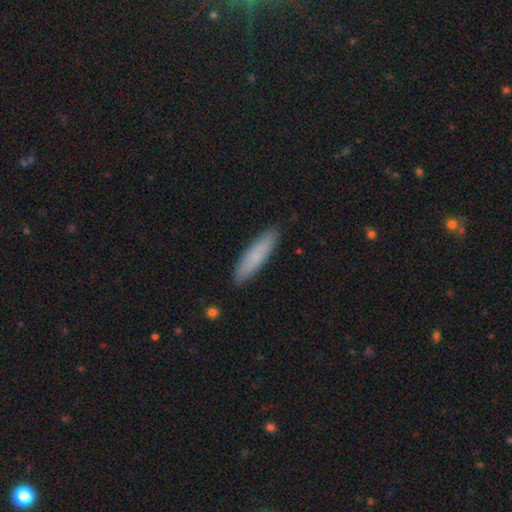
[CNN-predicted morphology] Smooth or featured?
  - smooth: 80% *
  - featured or disk: 14%
  - star or artifact: 6%
How rounded?
  - cigar-shaped: 80% *
  - in between: 19%
  - round: 1%
Merging?
  - none: 89% *
  - minor disturbance: 8%
  - major disturbance: 2%
  - merger: 1%